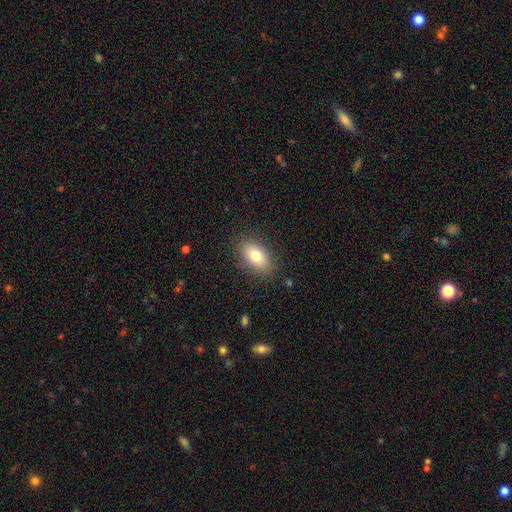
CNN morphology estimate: Overall: smooth (77%). How rounded: in between (89%). Merging: none (86%).